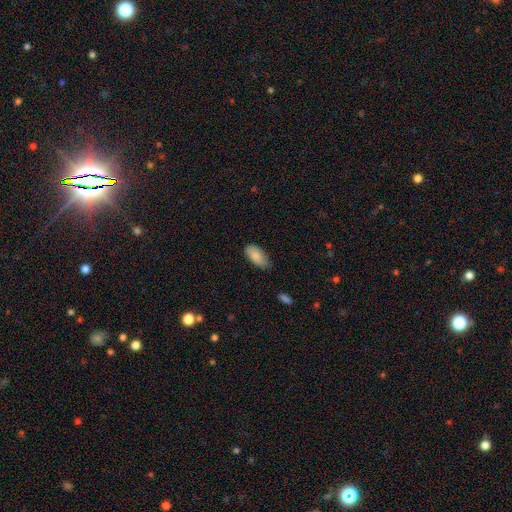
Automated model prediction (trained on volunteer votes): This appears to be a smooth galaxy with no disk features (85%) that is in between round and cigar-shaped (93%). Merging: none (67%).